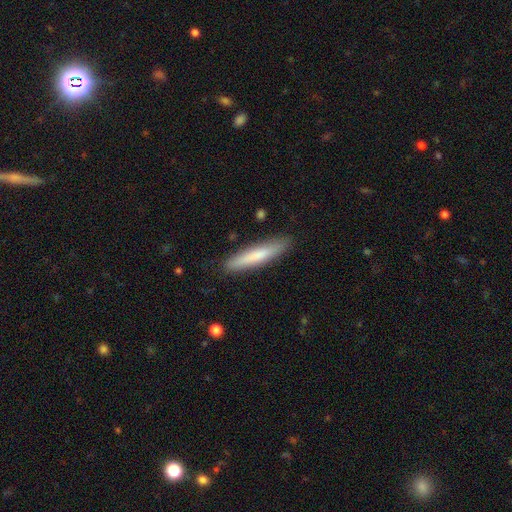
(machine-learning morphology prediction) Smooth or featured?
  - smooth: 75% *
  - featured or disk: 20%
  - star or artifact: 6%
How rounded?
  - cigar-shaped: 90% *
  - in between: 9%
  - round: 1%
Merging?
  - none: 88% *
  - minor disturbance: 9%
  - major disturbance: 2%
  - merger: 1%